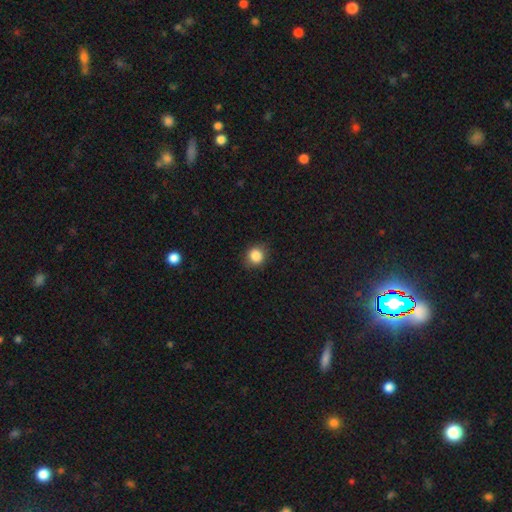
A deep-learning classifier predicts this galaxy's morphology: type=smooth (85%); roundness=round (83%); merging=none (83%).